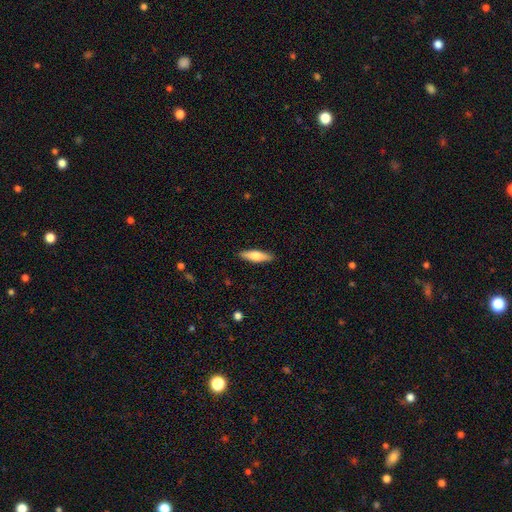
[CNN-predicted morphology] This appears to be a smooth galaxy with no disk features (66%) that is cigar-shaped (61%). Merging: none (89%).